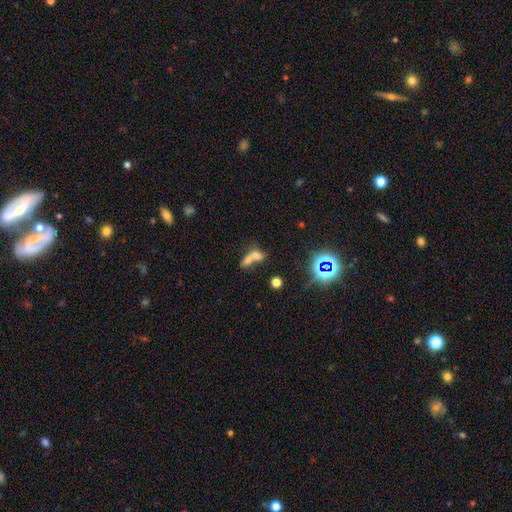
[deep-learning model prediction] Smooth or featured? Predicted: smooth (p=0.61). How rounded? Predicted: in between (p=0.67). Merging? Predicted: merger (p=0.71).